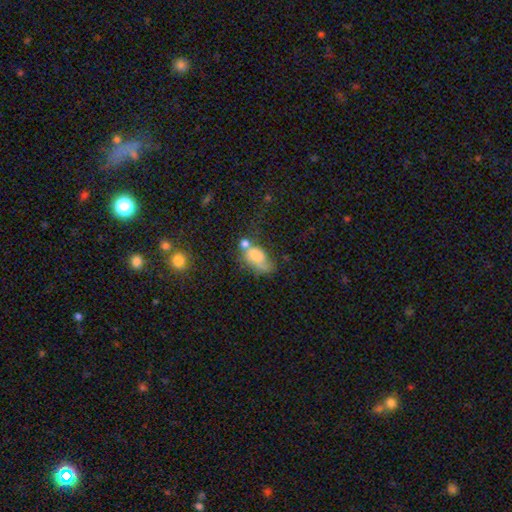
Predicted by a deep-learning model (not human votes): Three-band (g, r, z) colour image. It shows a smooth galaxy with no disk features (69%) that is in between round and cigar-shaped (87%). Merging: merger (29%).